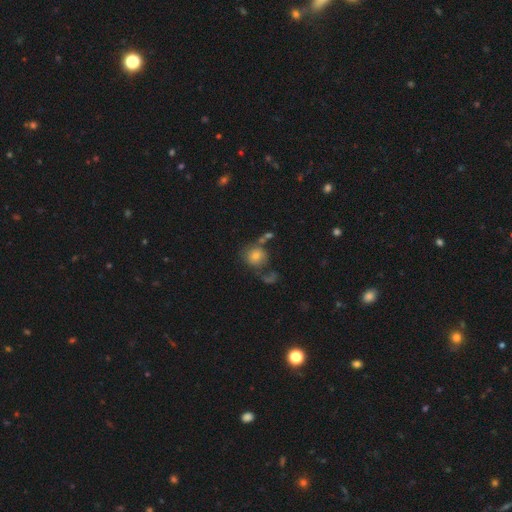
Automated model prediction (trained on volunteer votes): This appears to be a smooth galaxy with no disk features (72%) that is round (83%). Merging: none (53%).